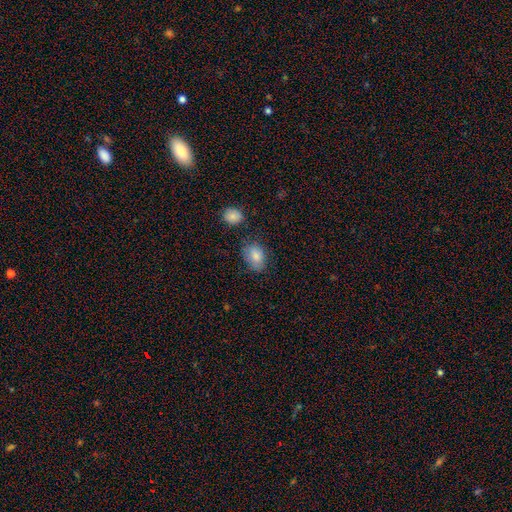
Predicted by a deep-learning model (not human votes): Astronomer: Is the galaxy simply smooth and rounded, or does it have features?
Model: smooth — 83%.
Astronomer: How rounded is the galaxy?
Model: in between — 82%.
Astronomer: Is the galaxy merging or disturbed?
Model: none — 66%.